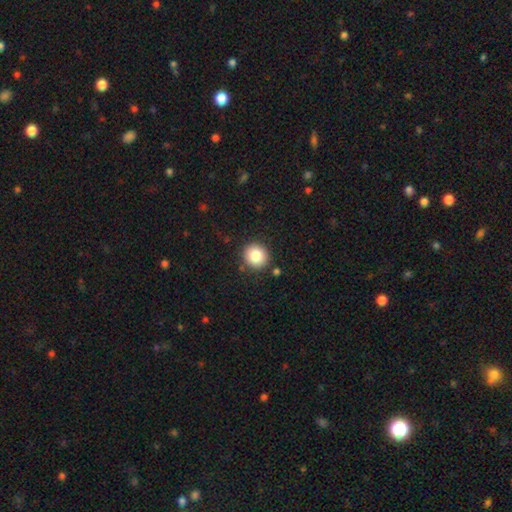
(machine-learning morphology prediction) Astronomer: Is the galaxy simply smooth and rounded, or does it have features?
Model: smooth — 83%.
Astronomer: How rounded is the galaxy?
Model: round — 86%.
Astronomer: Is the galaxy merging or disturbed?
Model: none — 88%.